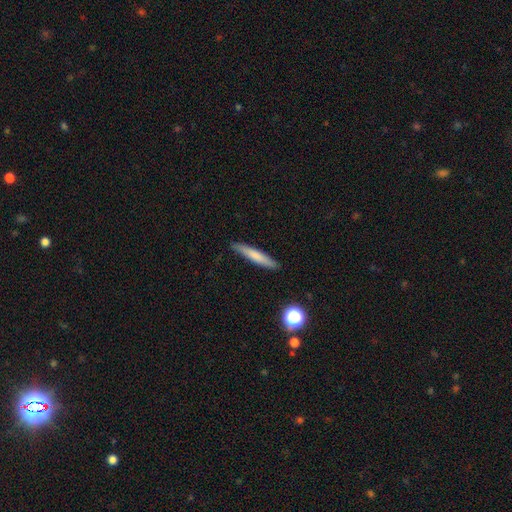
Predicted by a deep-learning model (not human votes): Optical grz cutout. It shows a smooth galaxy with no disk features (69%) that is cigar-shaped (92%). Merging: none (87%).